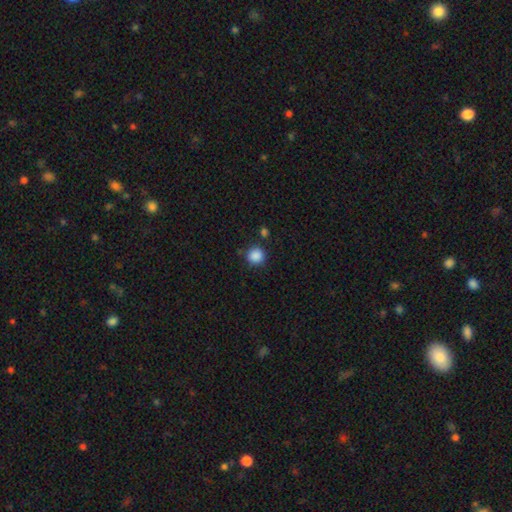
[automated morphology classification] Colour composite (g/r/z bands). It shows a smooth galaxy with no disk features (87%) that is round (92%). Merging: none (83%).